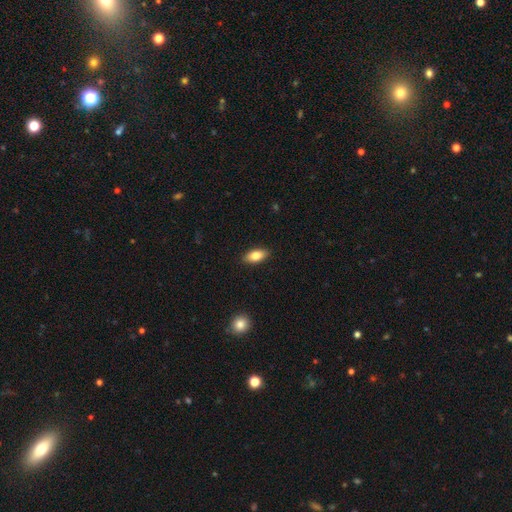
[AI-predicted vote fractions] A smooth galaxy with no disk features (81%) that is in between round and cigar-shaped (88%).

Vote fractions:
- Smooth or featured? smooth: 81% / featured or disk: 12% / star or artifact: 7%
- How rounded? in between: 88% / cigar-shaped: 9% / round: 3%
- Merging? none: 89% / minor disturbance: 8% / major disturbance: 2% / merger: 1%